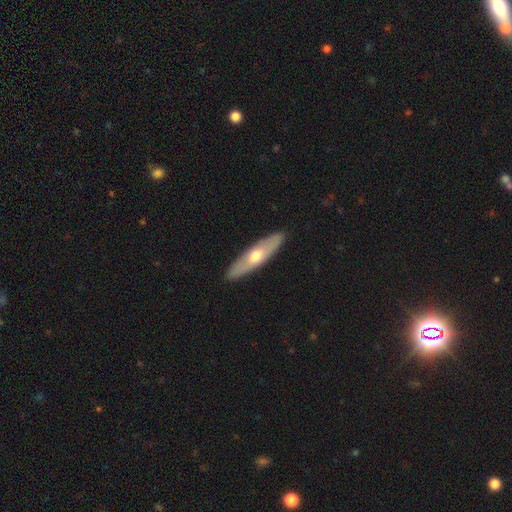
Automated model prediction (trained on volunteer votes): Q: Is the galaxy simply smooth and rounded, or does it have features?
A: featured or disk — 50%.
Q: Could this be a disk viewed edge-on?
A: yes — 63%.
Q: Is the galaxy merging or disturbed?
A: none — 90%.